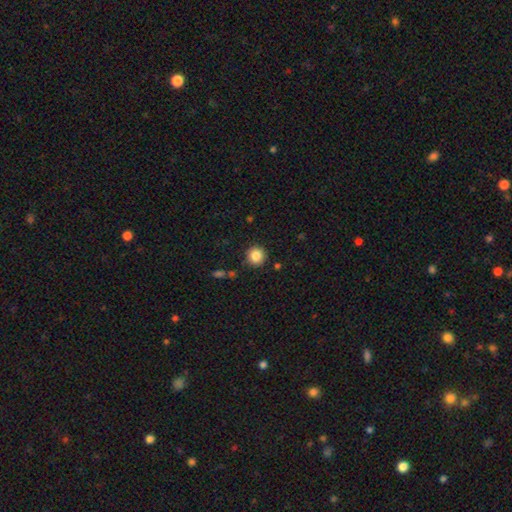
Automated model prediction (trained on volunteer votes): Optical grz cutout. It shows a smooth galaxy with no disk features (85%) that is round (94%). Merging: none (90%).